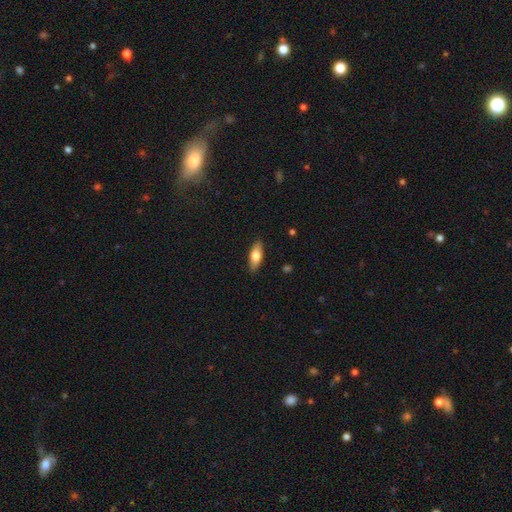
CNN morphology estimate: Overall: smooth (69%). How rounded: in between (70%). Merging: none (88%).